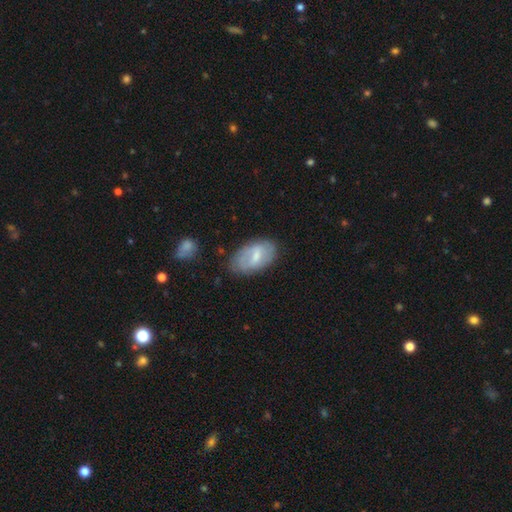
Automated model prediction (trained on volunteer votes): Q: Smooth or featured?
A: smooth (47%); tied with: featured or disk (47%)
Q: Merging?
A: none (71%); runner-up: minor disturbance (22%)